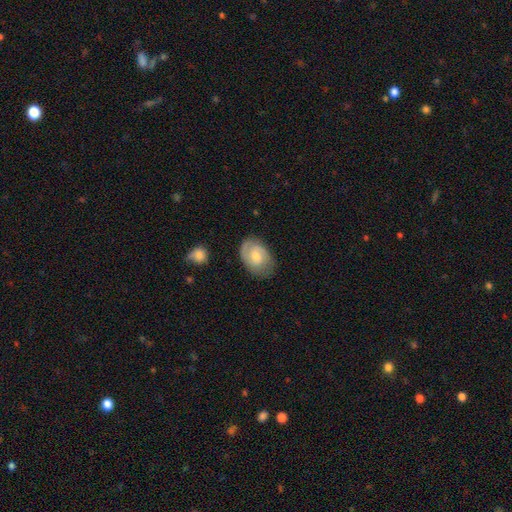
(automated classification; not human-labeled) featured or disk 52%, smooth 41%, star or artifact 7%. Down the decision tree: edge-on disk — no (96%); bar — no (55%); spiral arms — yes (84%); bulge size — moderate (54%); merging — none (73%).